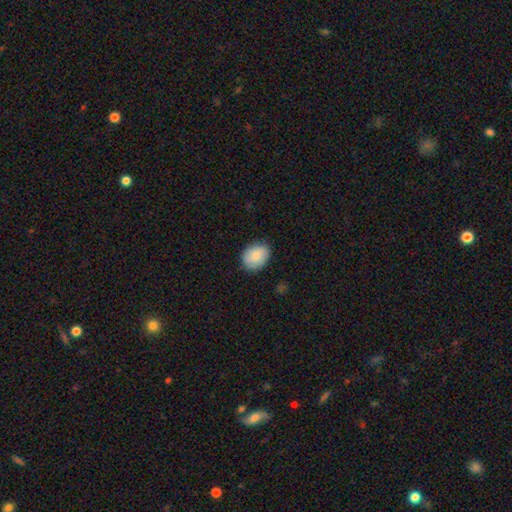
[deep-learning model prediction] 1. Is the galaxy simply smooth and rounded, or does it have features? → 84% smooth, 9% featured or disk, 7% star or artifact.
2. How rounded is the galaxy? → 60% in between, 39% round, 1% cigar-shaped.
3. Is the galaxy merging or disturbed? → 83% none, 13% minor disturbance, 3% major disturbance, 1% merger.